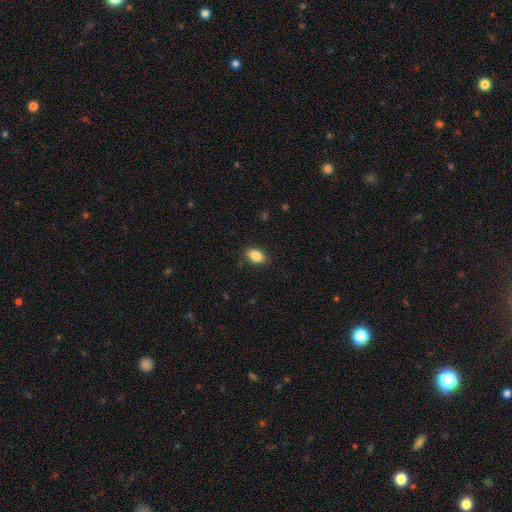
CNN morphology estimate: smooth_or_featured: smooth (p=0.86) [alt: star or artifact p=0.08]
how_rounded: in between (p=0.88) [alt: round p=0.09]
merging: none (p=0.86) [alt: minor disturbance p=0.11]